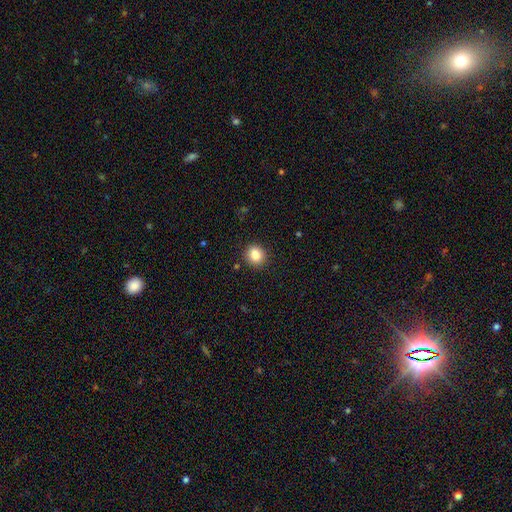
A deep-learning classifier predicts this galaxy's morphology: Overall: smooth (86%). How rounded: round (74%). Merging: none (88%).